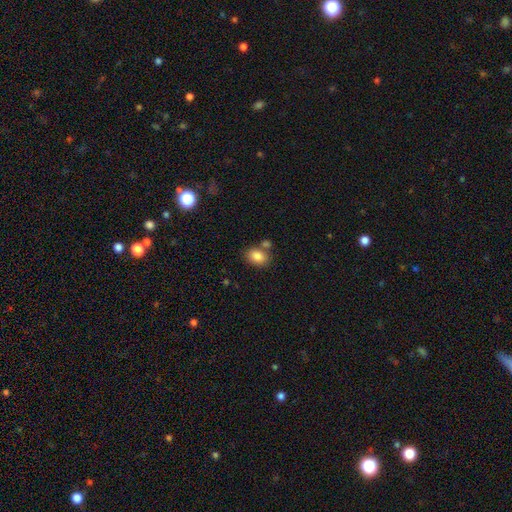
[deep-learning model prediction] A smooth galaxy with no disk features (84%) that is in between round and cigar-shaped (69%).

Vote fractions:
- Smooth or featured? smooth: 84% / star or artifact: 9% / featured or disk: 7%
- How rounded? in between: 69% / round: 30% / cigar-shaped: 1%
- Merging? none: 65% / merger: 19% / minor disturbance: 12% / major disturbance: 4%